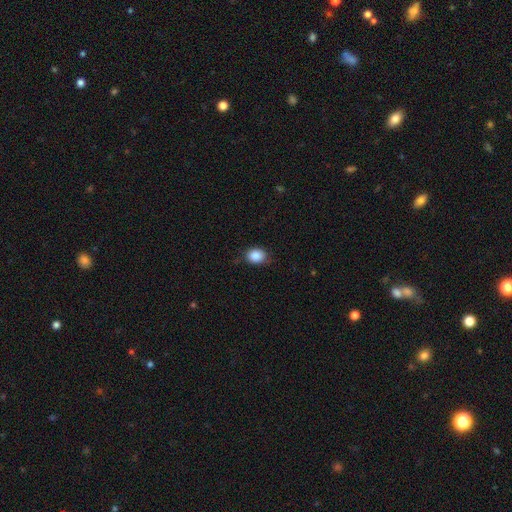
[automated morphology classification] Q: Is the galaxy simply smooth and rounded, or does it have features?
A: smooth — 88%.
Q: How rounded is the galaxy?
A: in between — 53%.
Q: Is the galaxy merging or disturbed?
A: none — 76%.